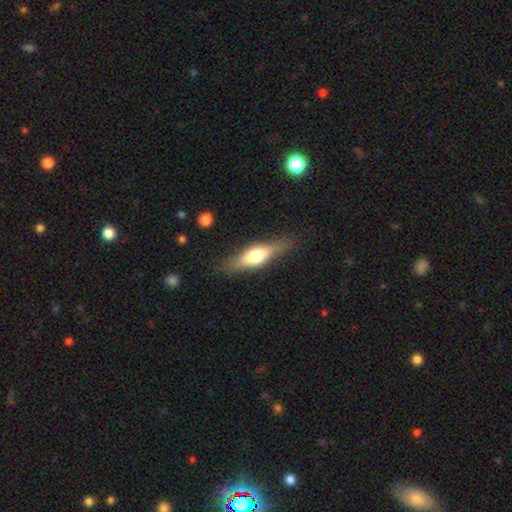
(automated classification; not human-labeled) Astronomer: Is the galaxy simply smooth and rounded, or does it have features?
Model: featured or disk — 51% (runner-up: smooth, 43%).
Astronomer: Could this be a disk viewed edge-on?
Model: yes — 89%.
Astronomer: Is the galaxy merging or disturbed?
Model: none — 81%.